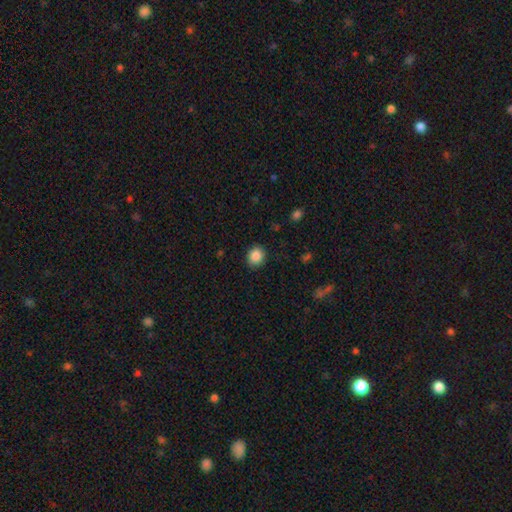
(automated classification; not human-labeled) smooth_or_featured: smooth (p=0.87) [alt: star or artifact p=0.09]
how_rounded: round (p=0.74) [alt: in between p=0.25]
merging: none (p=0.88) [alt: minor disturbance p=0.08]